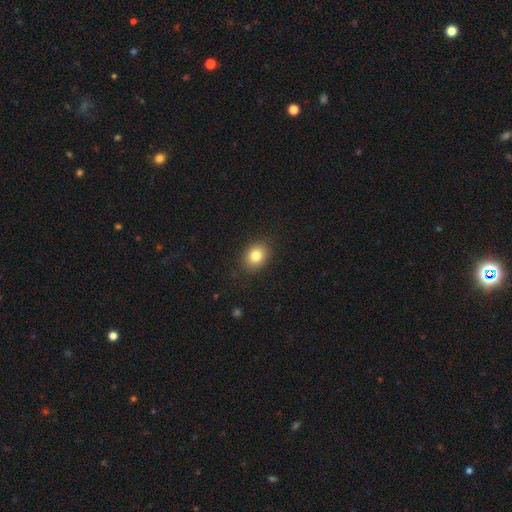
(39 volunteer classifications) Smooth or featured: smooth — 87% (star or artifact — 8%)
How rounded: in between — 53% (round — 47%)
Merging: none — 92% (major disturbance — 6%)